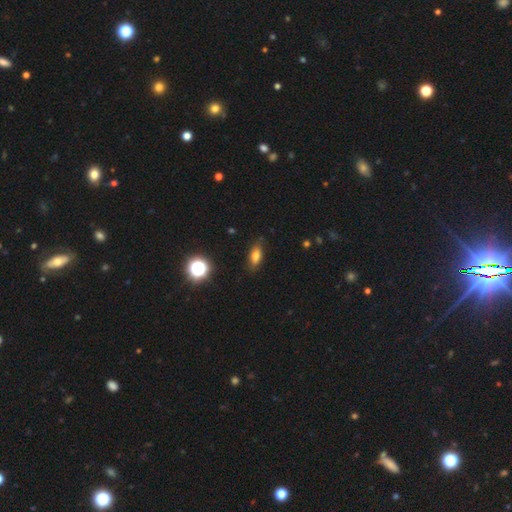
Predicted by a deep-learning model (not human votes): Q: Smooth or featured?
A: smooth (72%); runner-up: featured or disk (15%)
Q: How rounded?
A: in between (76%); runner-up: cigar-shaped (17%)
Q: Merging?
A: none (79%); runner-up: minor disturbance (16%)